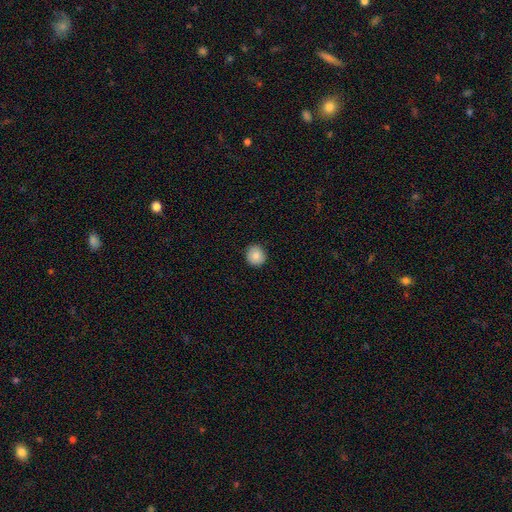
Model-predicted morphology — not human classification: Smooth or featured? Predicted: smooth (p=0.87). How rounded? Predicted: round (p=0.93). Merging? Predicted: none (p=0.91).